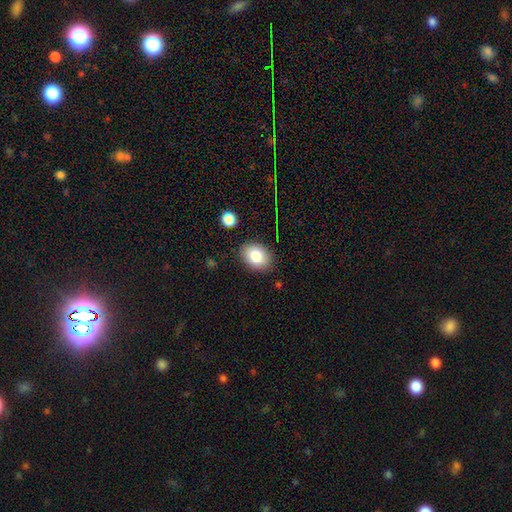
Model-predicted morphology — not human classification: Smooth or featured: smooth — 80% (featured or disk — 11%)
How rounded: in between — 71% (round — 28%)
Merging: none — 84% (minor disturbance — 11%)